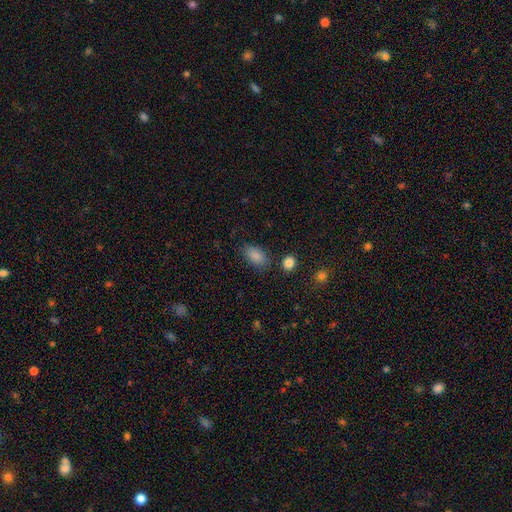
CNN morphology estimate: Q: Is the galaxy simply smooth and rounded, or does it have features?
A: smooth — 87%.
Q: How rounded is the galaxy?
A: in between — 91%.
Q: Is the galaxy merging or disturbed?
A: none — 78%.